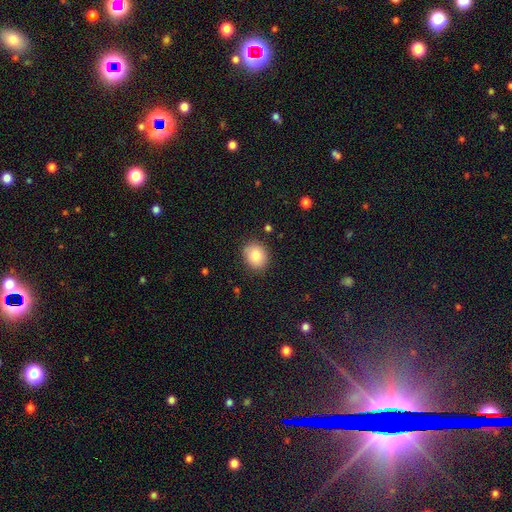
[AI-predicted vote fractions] smooth_or_featured: smooth (p=0.83) [alt: star or artifact p=0.09]
how_rounded: round (p=0.58) [alt: in between p=0.41]
merging: none (p=0.86) [alt: minor disturbance p=0.10]